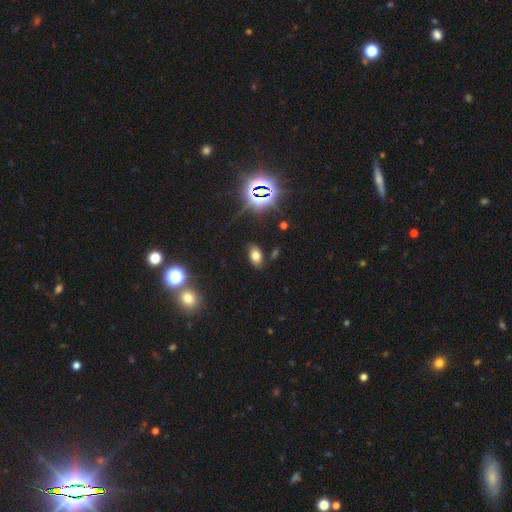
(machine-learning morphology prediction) smooth 67%, star or artifact 23%, featured or disk 10%. Down the decision tree: how rounded — in between (90%); merging — none (85%).